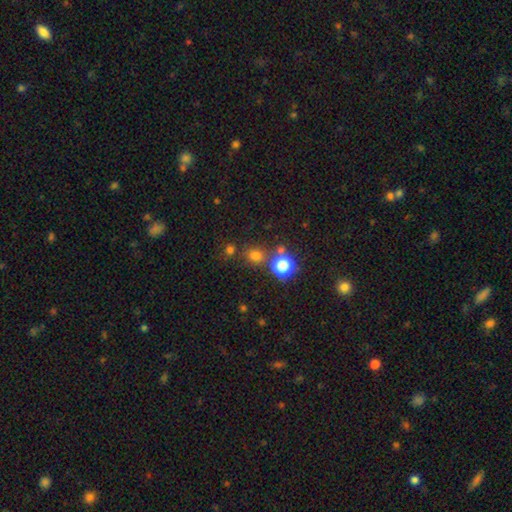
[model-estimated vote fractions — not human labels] Morphology: type=smooth (71%); roundness=round (79%); merging=none (72%).